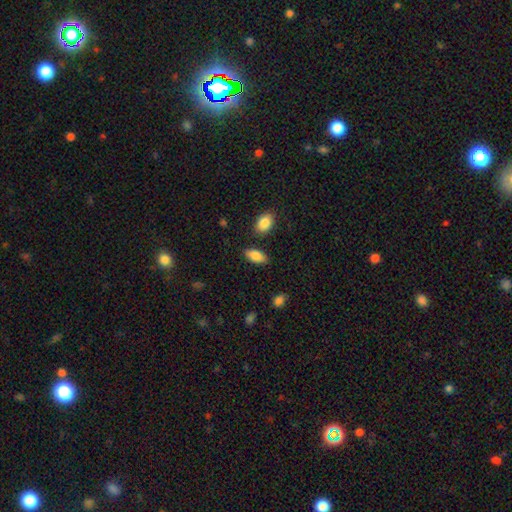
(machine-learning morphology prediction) smooth_or_featured: smooth (p=0.86) [alt: featured or disk p=0.07]
how_rounded: in between (p=0.90) [alt: cigar-shaped p=0.07]
merging: none (p=0.83) [alt: minor disturbance p=0.10]